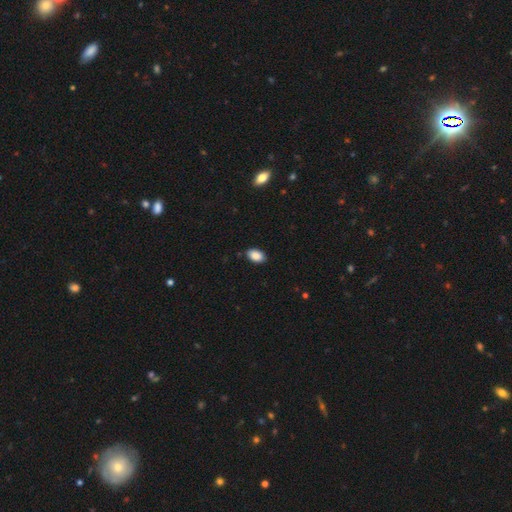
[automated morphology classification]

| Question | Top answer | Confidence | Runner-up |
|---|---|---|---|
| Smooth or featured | smooth | 88% | star or artifact (8%) |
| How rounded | in between | 91% | round (8%) |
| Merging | none | 87% | minor disturbance (10%) |